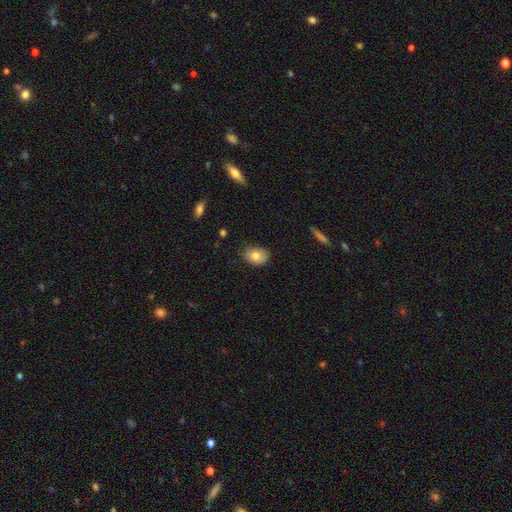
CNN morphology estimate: smooth_or_featured: smooth (p=0.80) [alt: featured or disk p=0.12]
how_rounded: in between (p=0.71) [alt: round p=0.28]
merging: none (p=0.75) [alt: minor disturbance p=0.20]